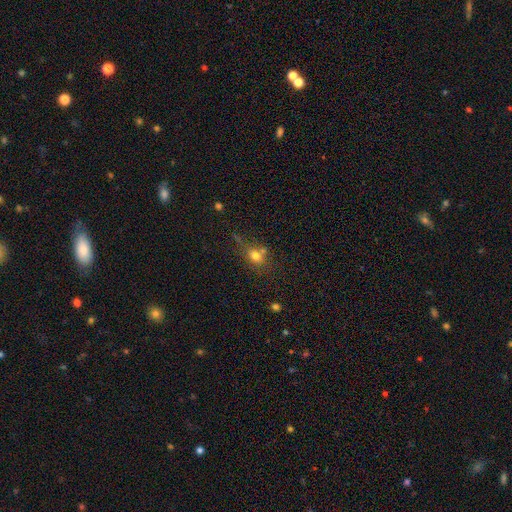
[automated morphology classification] Smooth or featured?
  - smooth: 73% *
  - star or artifact: 14%
  - featured or disk: 13%
How rounded?
  - in between: 53% *
  - round: 44%
  - cigar-shaped: 3%
Merging?
  - none: 53% *
  - merger: 21%
  - minor disturbance: 18%
  - major disturbance: 8%